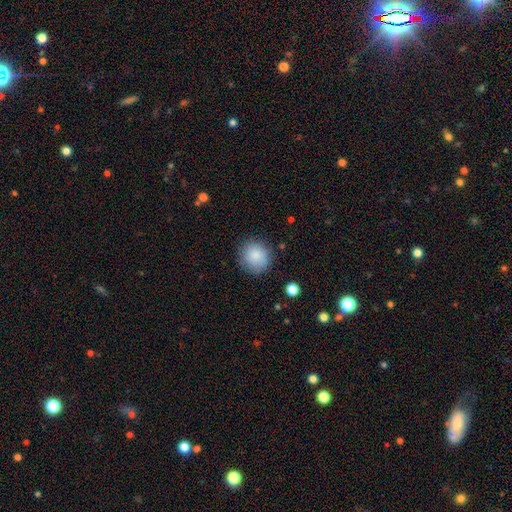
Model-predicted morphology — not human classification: The model was most divided on "merging": none: 85%, minor disturbance: 10%, major disturbance: 3%, merger: 1%. More confident: how rounded — round (88%); smooth or featured — smooth (86%).